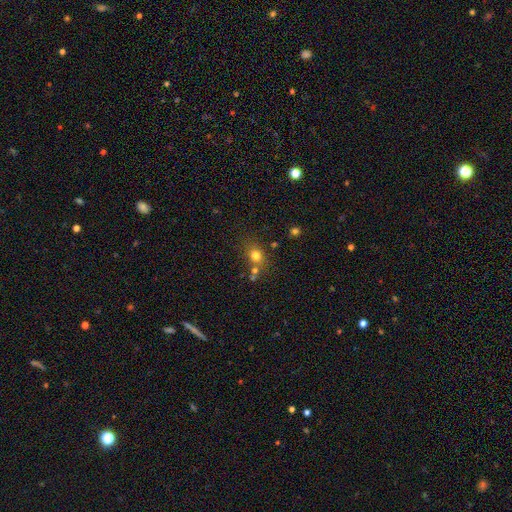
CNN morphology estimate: This appears to be a smooth galaxy with no disk features (75%) that is round (63%). Merging: none (65%).